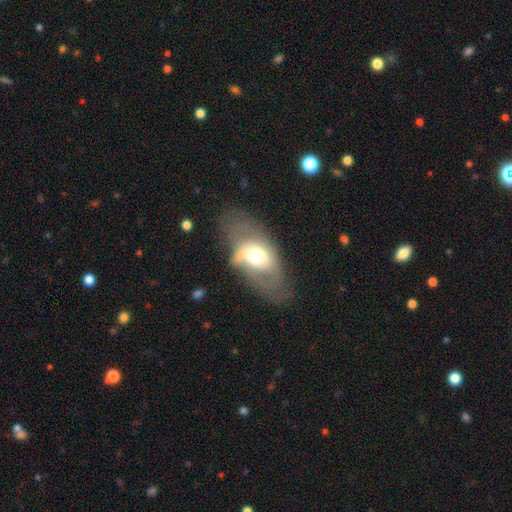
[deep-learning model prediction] smooth_or_featured: featured or disk (p=0.48) [alt: smooth p=0.44]
merging: none (p=0.43) [alt: major disturbance p=0.27]